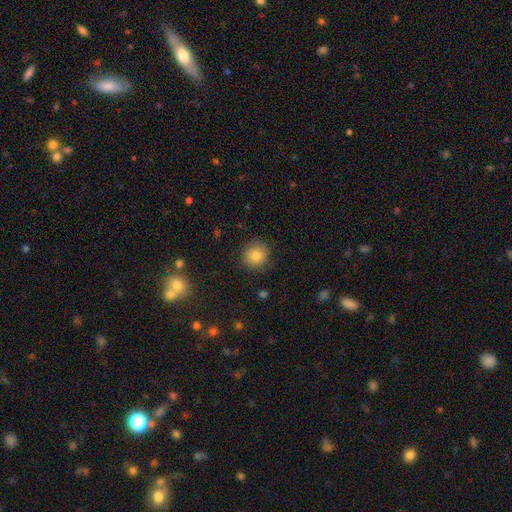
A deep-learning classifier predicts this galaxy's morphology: A smooth galaxy with no disk features (84%) that is round (90%).

Vote fractions:
- Smooth or featured? smooth: 84% / star or artifact: 10% / featured or disk: 6%
- How rounded? round: 90% / in between: 9% / cigar-shaped: 1%
- Merging? none: 87% / minor disturbance: 9% / major disturbance: 3% / merger: 1%